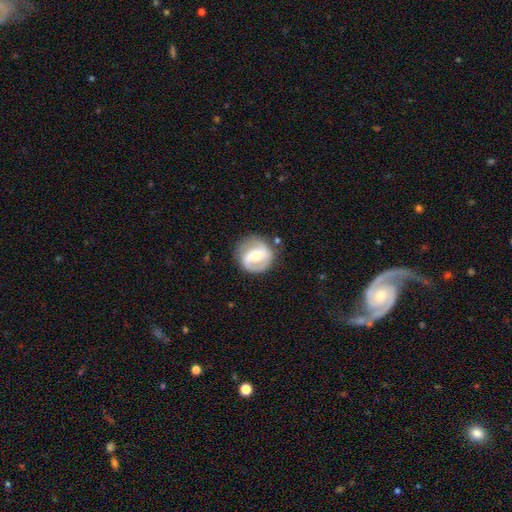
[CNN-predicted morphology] type=featured or disk (76%); edge-on=no (97%); bar=weak (42%); spiral arms=yes (89%); winding=medium (46%); arm count=2 (84%); bulge=moderate (56%); merging=none (78%).